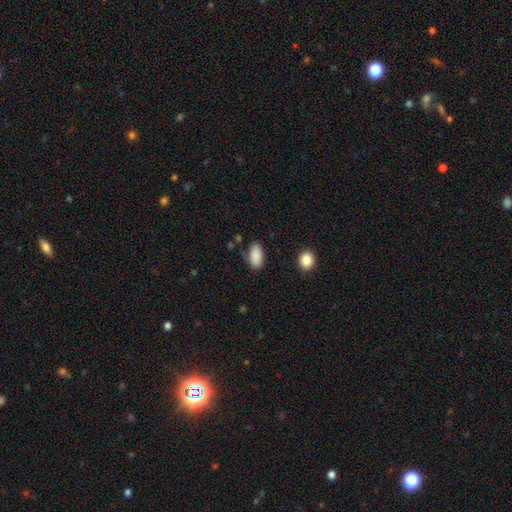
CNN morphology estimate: Smooth or featured?
  - smooth: 89% *
  - star or artifact: 7%
  - featured or disk: 4%
How rounded?
  - in between: 94% *
  - cigar-shaped: 3%
  - round: 3%
Merging?
  - none: 77% *
  - minor disturbance: 17%
  - major disturbance: 4%
  - merger: 3%